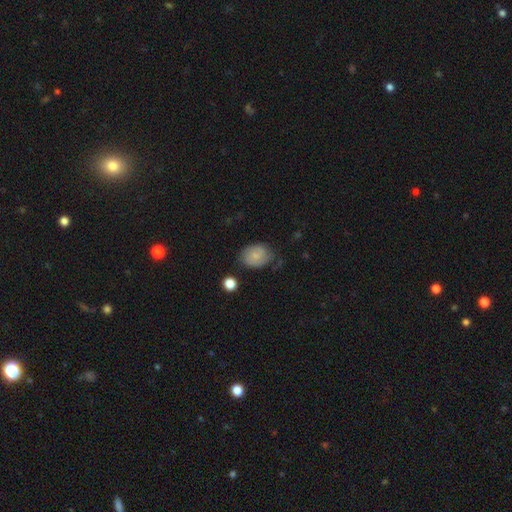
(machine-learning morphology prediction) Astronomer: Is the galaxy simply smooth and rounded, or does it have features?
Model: smooth — 68%.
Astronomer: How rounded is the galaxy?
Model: in between — 67%.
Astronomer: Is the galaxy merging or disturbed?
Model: none — 66%.